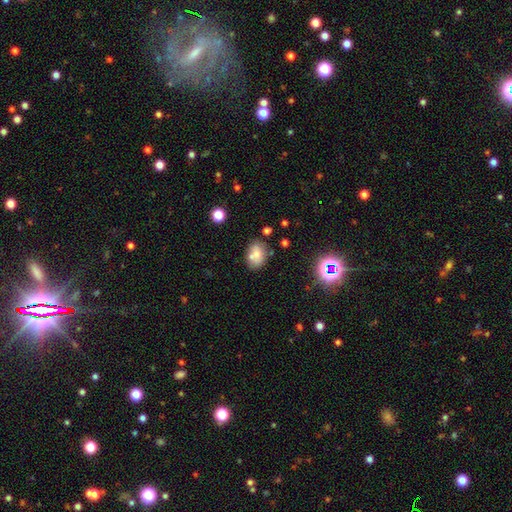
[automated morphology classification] A smooth galaxy with no disk features (66%) that is in between round and cigar-shaped (71%). Merging: none (58%).